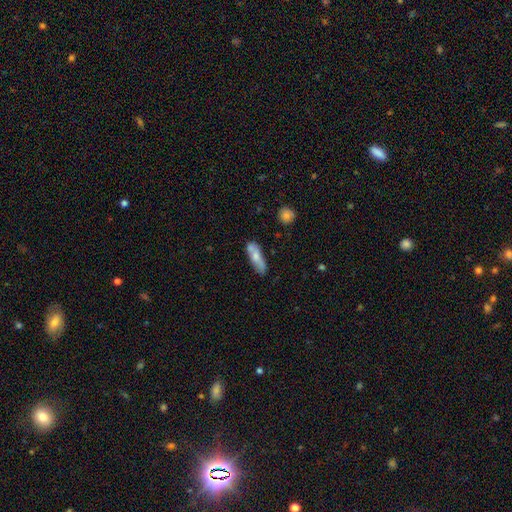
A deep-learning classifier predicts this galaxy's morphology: type=smooth (67%); roundness=in between (50%); merging=none (55%).